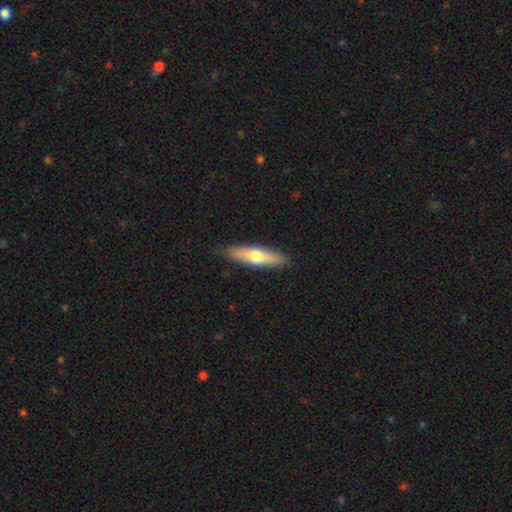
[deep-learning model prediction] Smooth or featured? smooth (59%)
How rounded? cigar-shaped (70%)
Merging? none (88%)